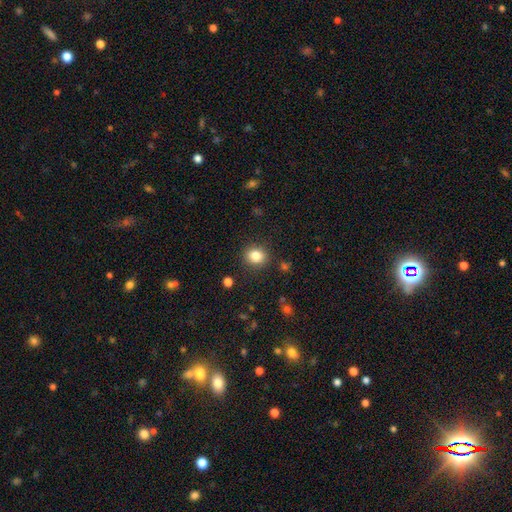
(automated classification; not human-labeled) smooth-or-featured: smooth: 82% | star or artifact: 11% | featured or disk: 7%
  how-rounded: round: 72% | in between: 27% | cigar-shaped: 1%
  merging: none: 87% | minor disturbance: 8% | major disturbance: 3% | merger: 2%